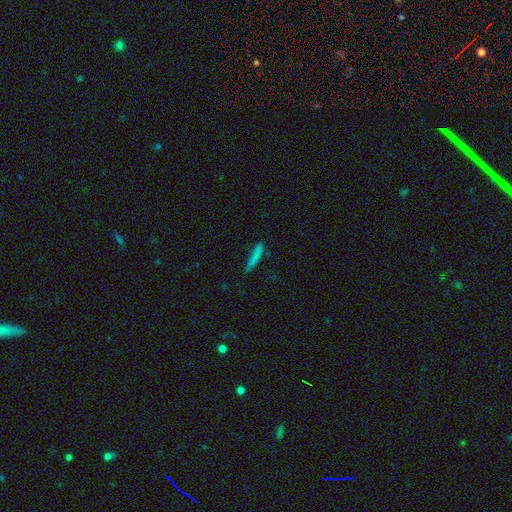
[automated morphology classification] Q: Smooth or featured?
A: smooth (78%); runner-up: featured or disk (12%)
Q: How rounded?
A: cigar-shaped (90%); runner-up: in between (9%)
Q: Merging?
A: none (71%); runner-up: minor disturbance (21%)